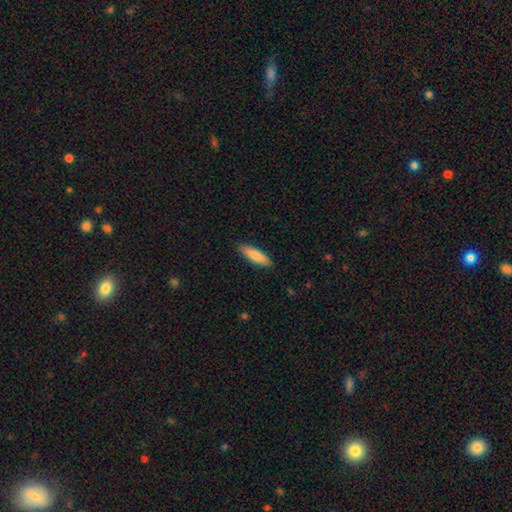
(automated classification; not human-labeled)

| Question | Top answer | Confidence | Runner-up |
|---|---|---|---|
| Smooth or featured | smooth | 82% | featured or disk (12%) |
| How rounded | cigar-shaped | 62% | in between (37%) |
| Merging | none | 89% | minor disturbance (8%) |